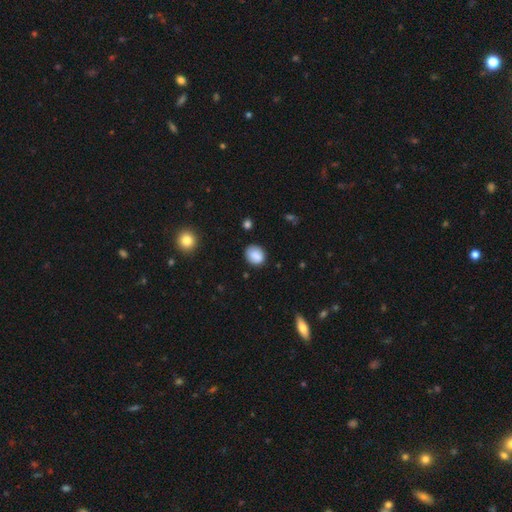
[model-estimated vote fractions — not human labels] A smooth galaxy with no disk features (85%) that is round (63%). Merging: none (81%).